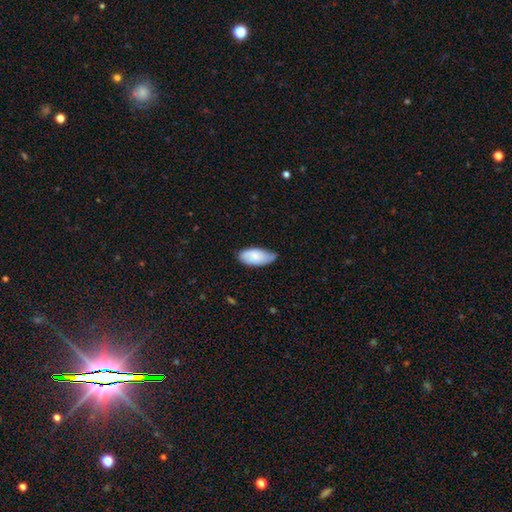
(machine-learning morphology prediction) smooth 75%, featured or disk 19%, star or artifact 6%. Down the decision tree: how rounded — in between (93%); merging — none (50%).